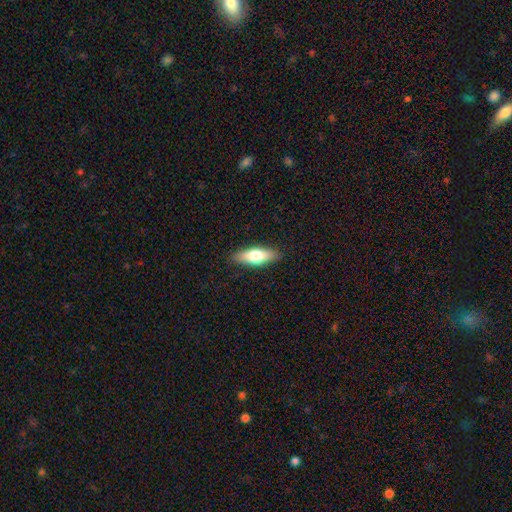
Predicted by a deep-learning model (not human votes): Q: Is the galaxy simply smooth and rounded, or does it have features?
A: smooth — 64%.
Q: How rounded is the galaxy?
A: in between — 56%.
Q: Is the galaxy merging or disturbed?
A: none — 88%.